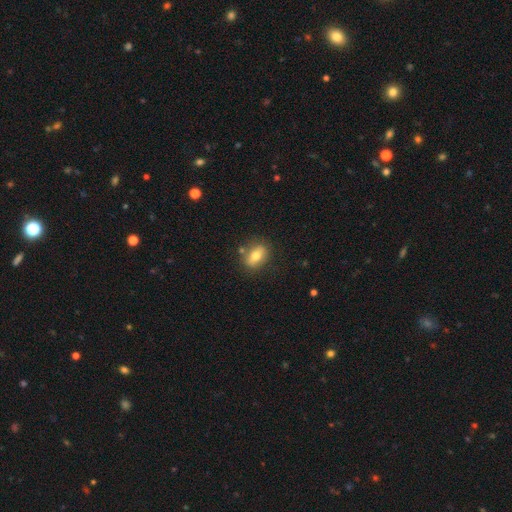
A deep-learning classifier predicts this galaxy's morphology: smooth-or-featured: smooth: 68% | featured or disk: 23% | star or artifact: 8%
  how-rounded: in between: 76% | round: 19% | cigar-shaped: 5%
  merging: none: 80% | minor disturbance: 12% | merger: 5% | major disturbance: 3%